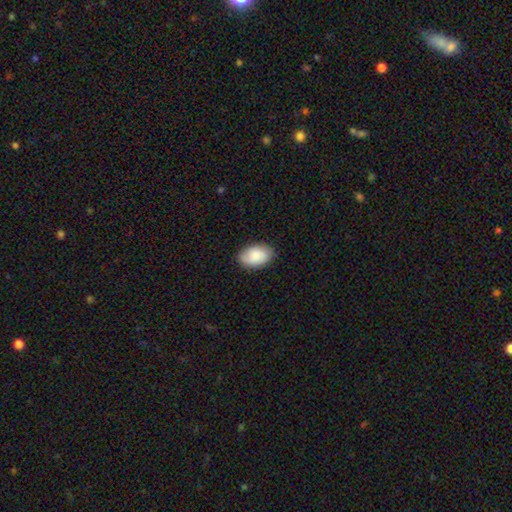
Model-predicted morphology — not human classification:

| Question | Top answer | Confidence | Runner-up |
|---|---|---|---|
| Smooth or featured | smooth | 81% | featured or disk (13%) |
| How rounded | in between | 90% | round (8%) |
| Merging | none | 83% | minor disturbance (13%) |